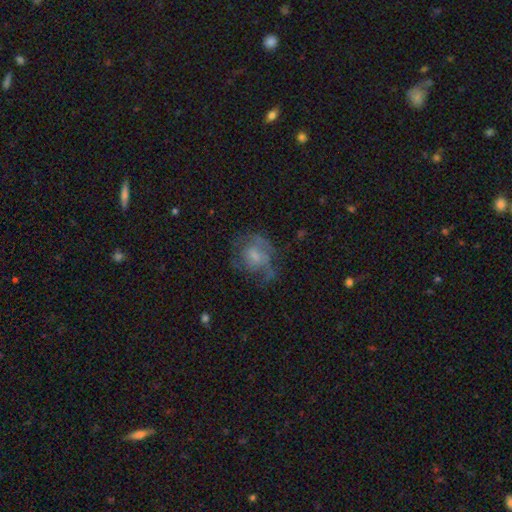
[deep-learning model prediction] A featured or disk galaxy (54%) with no bar (63%), spiral arms (63%) and a small central bulge (44%).

Vote fractions:
- Smooth or featured? featured or disk: 54% / smooth: 36% / star or artifact: 10%
- Edge-on disk? no: 97% / yes: 3%
- Bar? no: 63% / weak: 32% / strong: 5%
- Spiral arms? yes: 63% / no: 37%
- Bulge size? small: 44% / moderate: 34% / none: 15% / large: 5% / dominant: 1%
- Merging? none: 42% / major disturbance: 32% / minor disturbance: 23% / merger: 3%